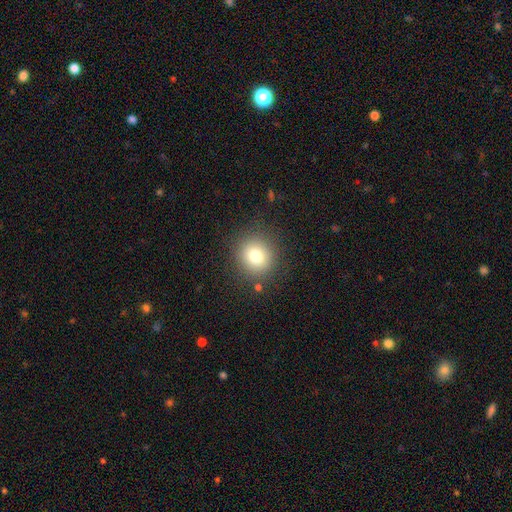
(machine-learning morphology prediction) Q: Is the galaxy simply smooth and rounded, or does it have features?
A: smooth — 78%.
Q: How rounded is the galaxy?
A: round — 85%.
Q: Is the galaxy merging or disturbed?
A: none — 86%.